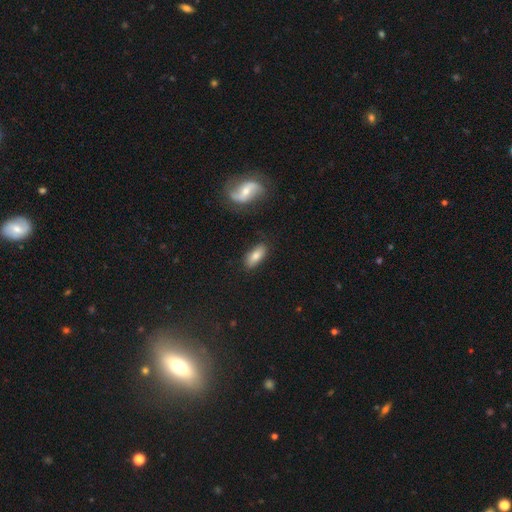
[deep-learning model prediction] A smooth galaxy with no disk features (77%) that is in between round and cigar-shaped (85%). Merging: none (82%).